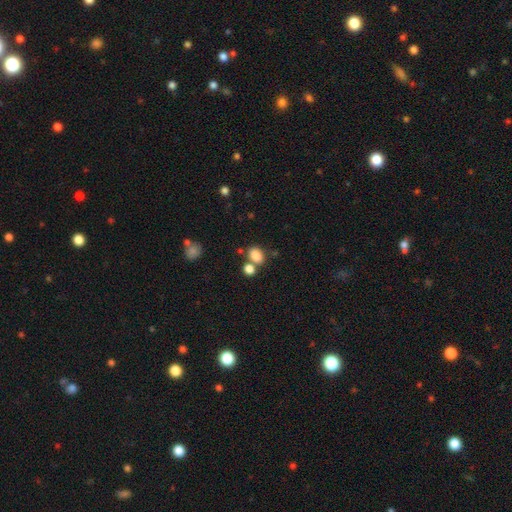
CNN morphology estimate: Smooth or featured: smooth — 84% (star or artifact — 11%)
How rounded: in between — 68% (round — 31%)
Merging: none — 55% (merger — 29%)